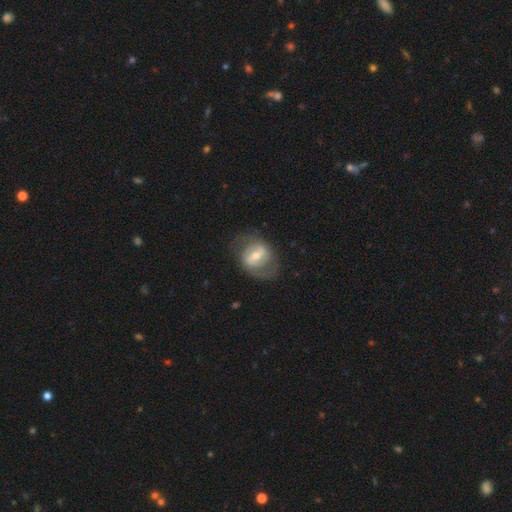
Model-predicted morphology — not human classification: Smooth or featured: featured or disk — 70% (smooth — 24%)
Edge-on disk: no — 96% (yes — 4%)
Bar: weak — 44% (strong — 41%)
Spiral arms: yes — 76% (no — 24%)
Spiral winding: medium — 48% (tight — 27%)
Spiral arm count: 2 — 80% (can't tell — 12%)
Bulge size: moderate — 57% (small — 34%)
Merging: none — 68% (minor disturbance — 18%)